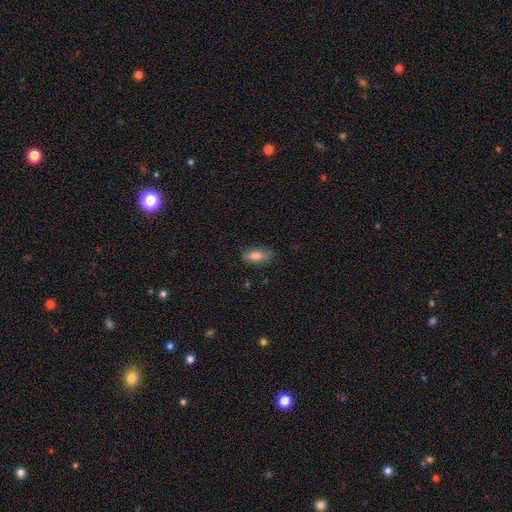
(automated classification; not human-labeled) smooth 82%, featured or disk 11%, star or artifact 7%. Down the decision tree: how rounded — in between (85%); merging — none (75%).